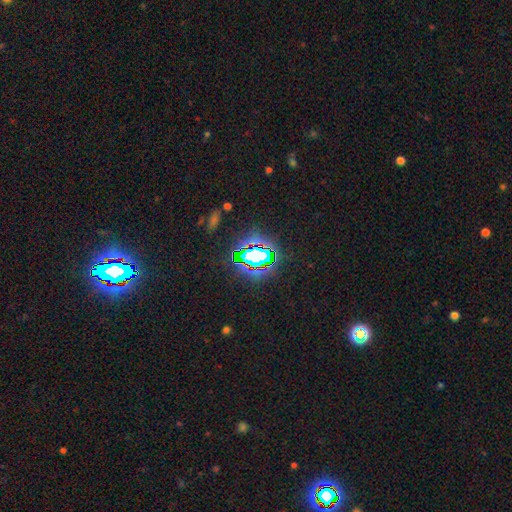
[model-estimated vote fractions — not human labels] Smooth or featured: star or artifact — 72% (smooth — 16%)